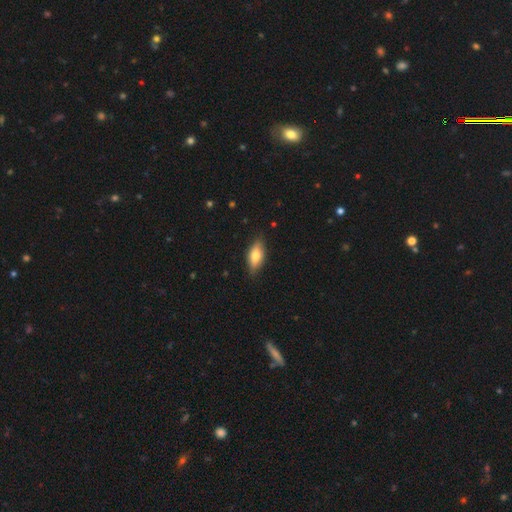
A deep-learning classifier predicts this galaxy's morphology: A smooth galaxy with no disk features (72%) that is in between round and cigar-shaped (82%).

Vote fractions:
- Smooth or featured? smooth: 72% / featured or disk: 22% / star or artifact: 6%
- How rounded? in between: 82% / cigar-shaped: 15% / round: 3%
- Merging? none: 81% / minor disturbance: 15% / major disturbance: 2% / merger: 1%